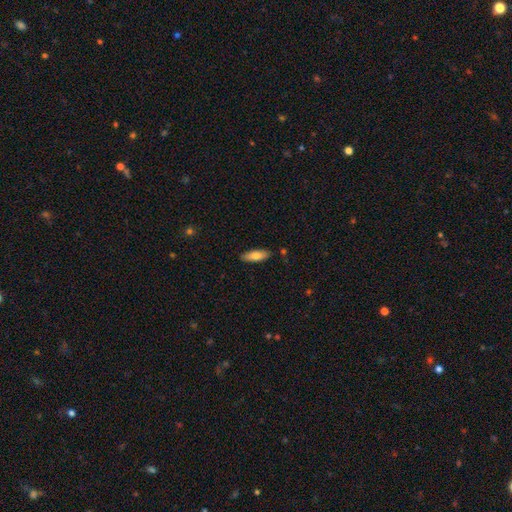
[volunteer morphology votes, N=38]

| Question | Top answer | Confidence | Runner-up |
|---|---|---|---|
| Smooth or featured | smooth | 82% | featured or disk (16%) |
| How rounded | in between | 61% | cigar-shaped (39%) |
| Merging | none | 95% | minor disturbance (5%) |